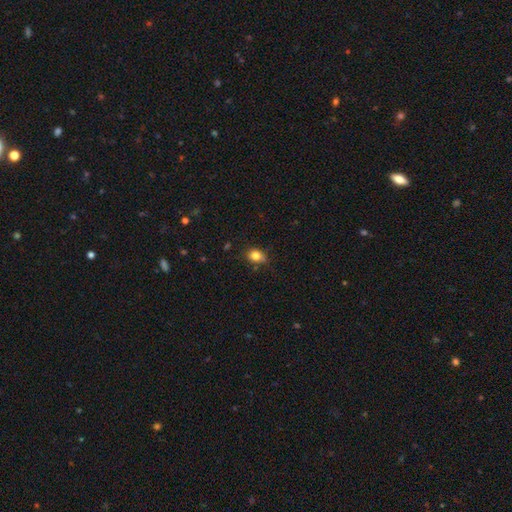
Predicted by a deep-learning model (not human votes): smooth_or_featured: smooth (p=0.82) [alt: star or artifact p=0.11]
how_rounded: round (p=0.53) [alt: in between p=0.46]
merging: none (p=0.72) [alt: minor disturbance p=0.20]